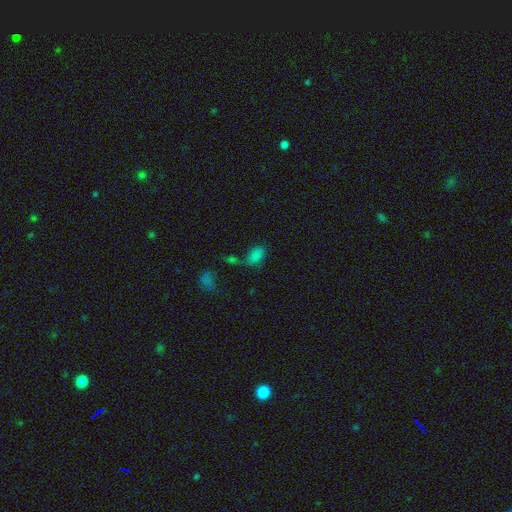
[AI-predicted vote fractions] Smooth or featured? smooth (75%)
How rounded? in between (91%)
Merging? none (42%)